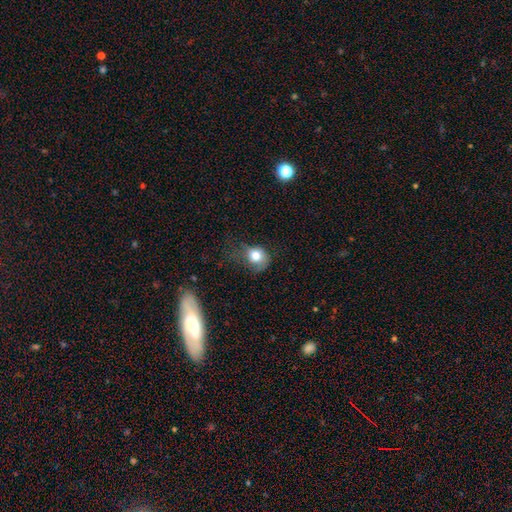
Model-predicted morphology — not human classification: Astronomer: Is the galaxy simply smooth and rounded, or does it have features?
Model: smooth — 77%.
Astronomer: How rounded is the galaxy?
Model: round — 63%.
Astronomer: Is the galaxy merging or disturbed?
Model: none — 37% (runner-up: minor disturbance, 34%).